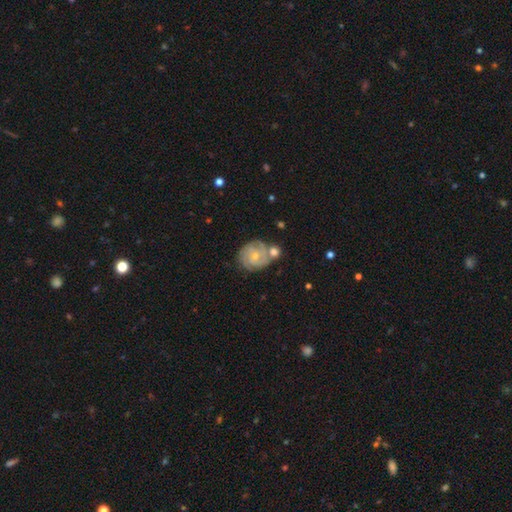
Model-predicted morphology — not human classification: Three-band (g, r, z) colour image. It shows a featured or disk galaxy (75%) with no bar (66%), 3 (30%) tight (69%) spiral arms (93%) and a small central bulge (66%). Merging: none (57%).